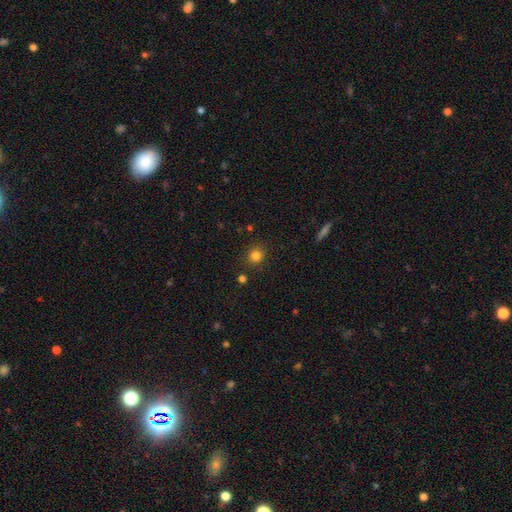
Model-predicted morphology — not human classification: This is clearly a smooth galaxy (82%). How rounded: clearly round (85%). Merging: clearly none (86%).